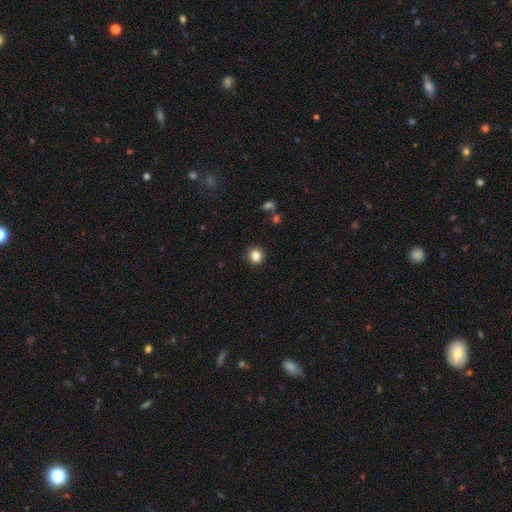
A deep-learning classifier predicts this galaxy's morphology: The model was most divided on "smooth or featured": smooth: 85%, star or artifact: 11%, featured or disk: 5%. More confident: merging — none (90%); how rounded — round (89%).